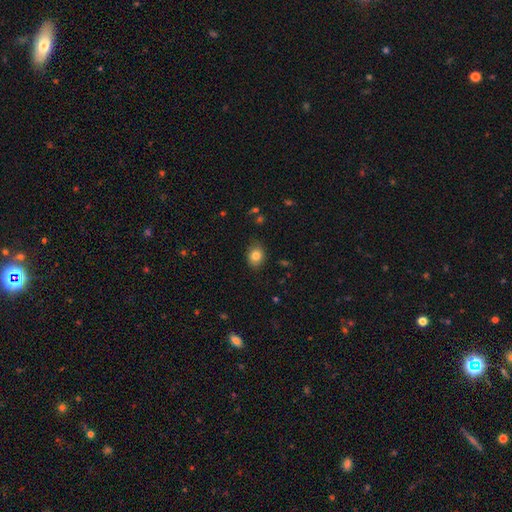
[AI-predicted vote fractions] A smooth galaxy with no disk features (82%) that is in between round and cigar-shaped (56%).

Vote fractions:
- Smooth or featured? smooth: 82% / star or artifact: 10% / featured or disk: 8%
- How rounded? in between: 56% / round: 43% / cigar-shaped: 1%
- Merging? none: 83% / minor disturbance: 13% / major disturbance: 3% / merger: 1%